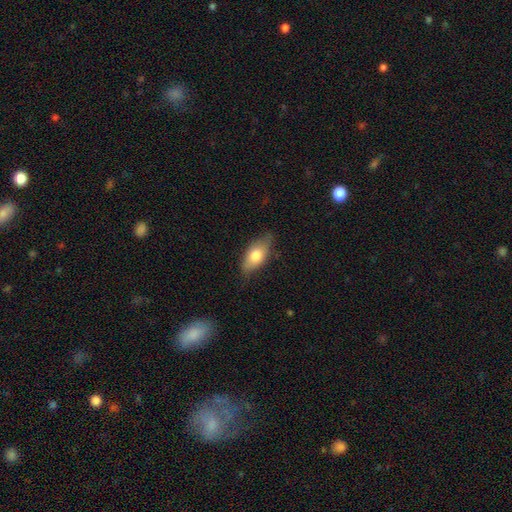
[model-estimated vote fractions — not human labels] Smooth or featured? smooth (72%)
How rounded? in between (86%)
Merging? none (72%)